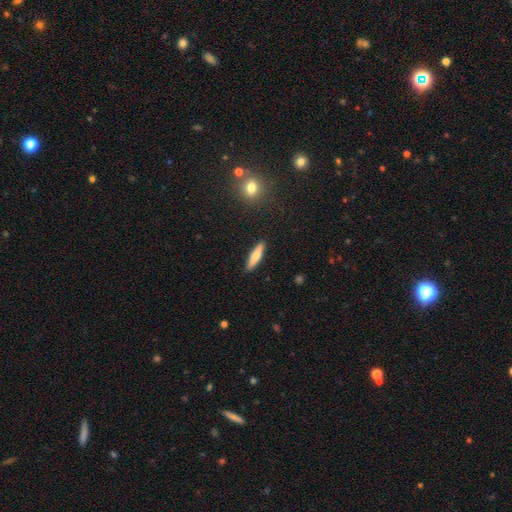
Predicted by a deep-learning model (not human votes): Smooth or featured? Predicted: smooth (p=0.69). How rounded? Predicted: cigar-shaped (p=0.80). Merging? Predicted: none (p=0.90).